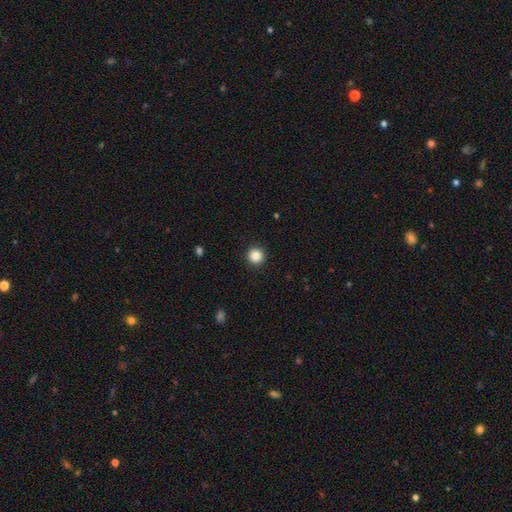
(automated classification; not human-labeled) smooth 85%, star or artifact 10%, featured or disk 5%. Down the decision tree: how rounded — round (95%); merging — none (93%).